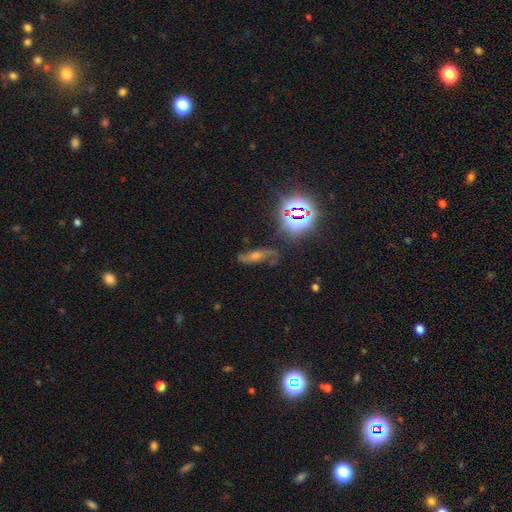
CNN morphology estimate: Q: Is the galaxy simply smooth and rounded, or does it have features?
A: featured or disk — 51%.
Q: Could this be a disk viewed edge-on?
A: no — 75%.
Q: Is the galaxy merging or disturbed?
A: none — 69%.